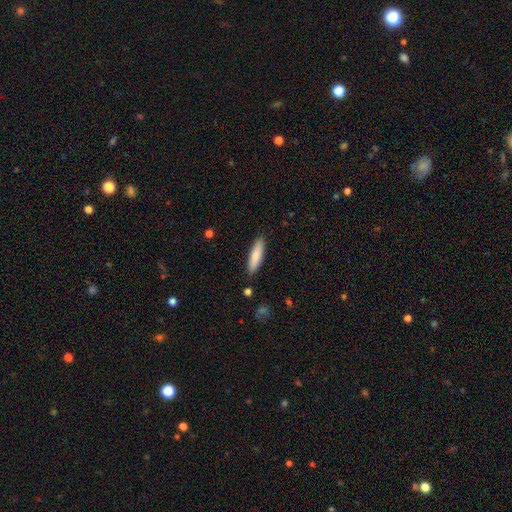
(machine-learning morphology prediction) This appears to be a smooth galaxy with no disk features (82%) that is cigar-shaped (67%). Merging: none (88%).